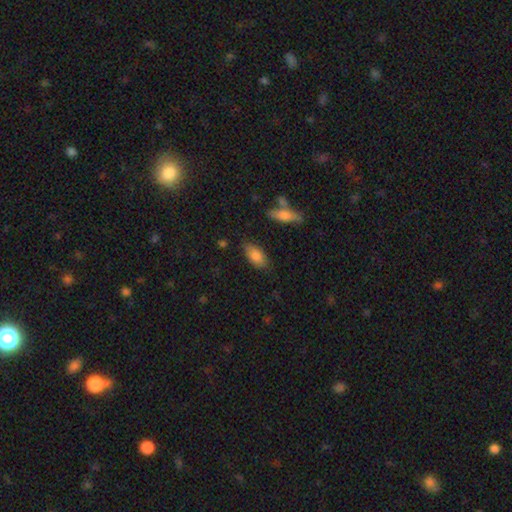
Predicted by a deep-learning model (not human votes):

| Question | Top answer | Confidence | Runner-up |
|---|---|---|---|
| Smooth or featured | smooth | 84% | featured or disk (10%) |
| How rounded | in between | 90% | cigar-shaped (7%) |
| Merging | none | 78% | minor disturbance (16%) |